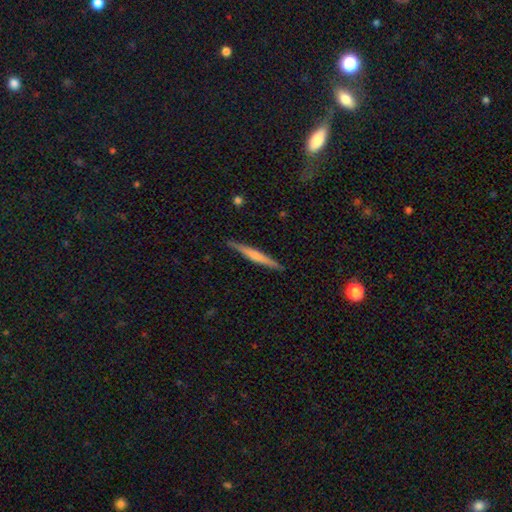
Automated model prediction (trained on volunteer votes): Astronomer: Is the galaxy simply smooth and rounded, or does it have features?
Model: featured or disk — 51% (runner-up: smooth, 43%).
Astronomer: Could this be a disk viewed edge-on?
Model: yes — 98%.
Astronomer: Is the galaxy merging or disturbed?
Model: none — 90%.